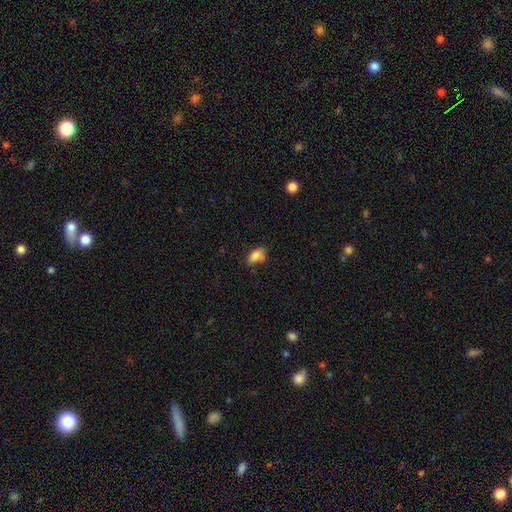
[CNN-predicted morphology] smooth 82%, star or artifact 9%, featured or disk 8%. Down the decision tree: how rounded — in between (87%); merging — none (63%).